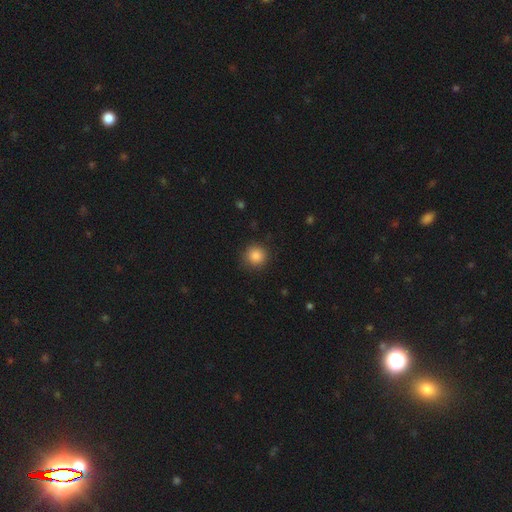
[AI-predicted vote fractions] Q: Smooth or featured?
A: smooth (86%); runner-up: star or artifact (10%)
Q: How rounded?
A: round (94%); runner-up: in between (5%)
Q: Merging?
A: none (88%); runner-up: minor disturbance (8%)